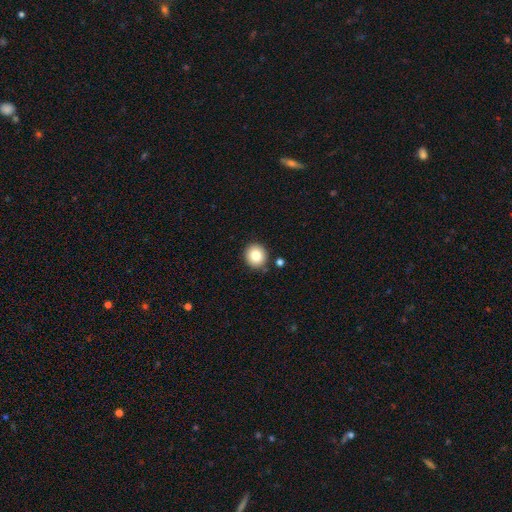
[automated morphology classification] Q: Smooth or featured?
A: smooth (83%); runner-up: star or artifact (9%)
Q: How rounded?
A: round (90%); runner-up: in between (9%)
Q: Merging?
A: none (86%); runner-up: minor disturbance (8%)